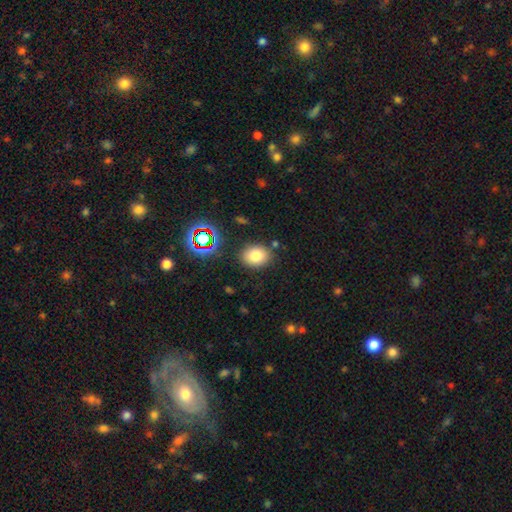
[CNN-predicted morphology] A smooth galaxy with no disk features (78%) that is in between round and cigar-shaped (58%).

Vote fractions:
- Smooth or featured? smooth: 78% / star or artifact: 14% / featured or disk: 9%
- How rounded? in between: 58% / round: 41% / cigar-shaped: 1%
- Merging? none: 83% / minor disturbance: 11% / merger: 3% / major disturbance: 3%